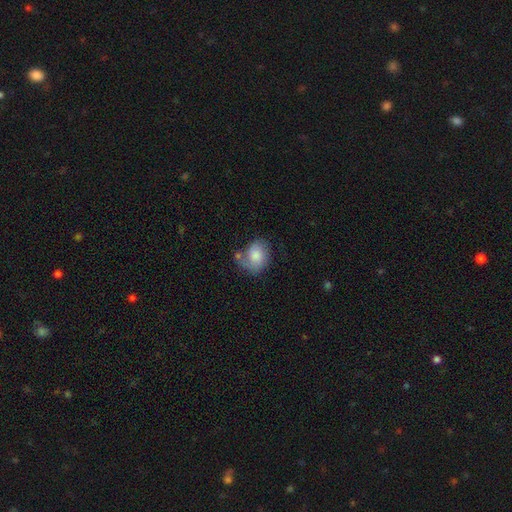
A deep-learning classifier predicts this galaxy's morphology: A smooth galaxy with no disk features (70%) that is in between round and cigar-shaped (54%). Merging: none (43%).